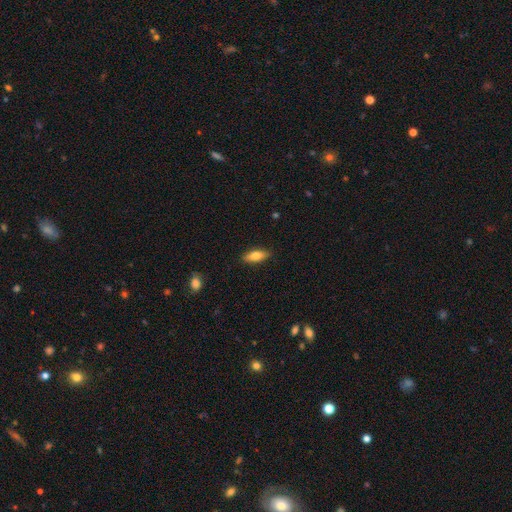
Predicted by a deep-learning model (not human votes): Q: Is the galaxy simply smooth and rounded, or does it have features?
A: smooth — 77%.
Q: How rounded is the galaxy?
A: in between — 72%.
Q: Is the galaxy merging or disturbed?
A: none — 87%.